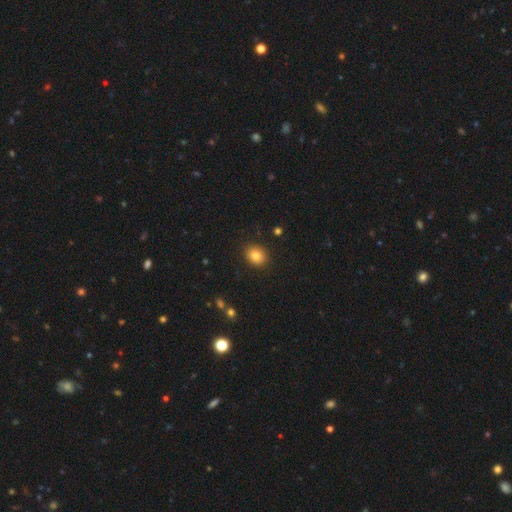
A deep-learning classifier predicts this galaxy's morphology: A smooth galaxy with no disk features (84%) that is round (59%).

Vote fractions:
- Smooth or featured? smooth: 84% / star or artifact: 10% / featured or disk: 6%
- How rounded? round: 59% / in between: 40% / cigar-shaped: 1%
- Merging? none: 89% / minor disturbance: 8% / major disturbance: 2% / merger: 1%